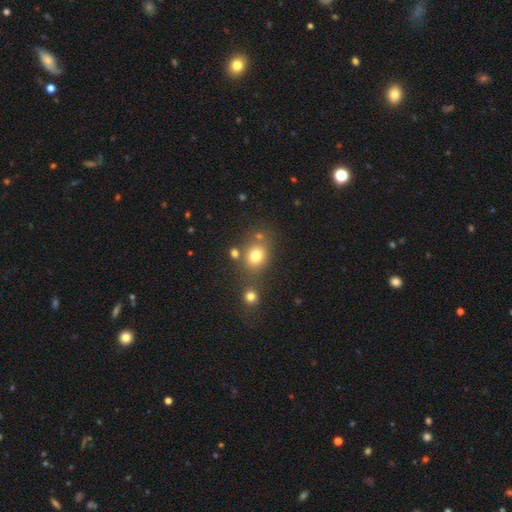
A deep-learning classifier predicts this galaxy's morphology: A smooth galaxy with no disk features (76%) that is round (61%). Merging: none (63%).